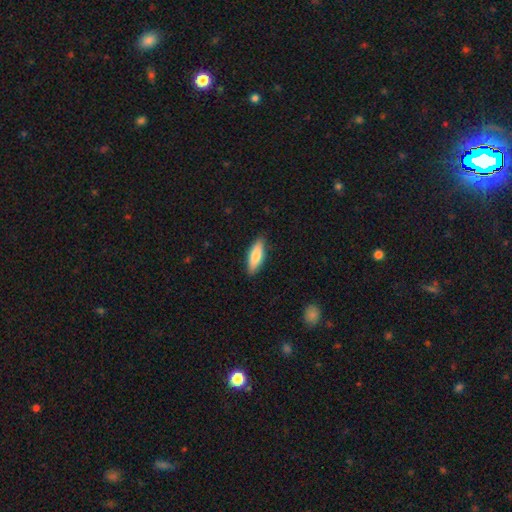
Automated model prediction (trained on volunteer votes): Overall: smooth (77%). How rounded: in between (59%; cigar-shaped 39%). Merging: none (87%).